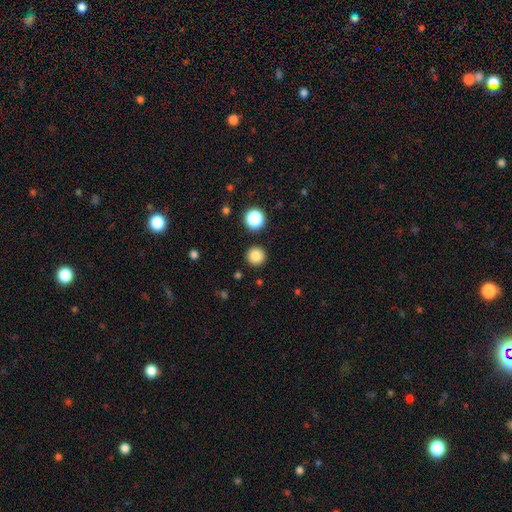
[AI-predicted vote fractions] smooth_or_featured: smooth (p=0.84) [alt: star or artifact p=0.12]
how_rounded: round (p=0.96) [alt: in between p=0.03]
merging: none (p=0.91) [alt: minor disturbance p=0.05]